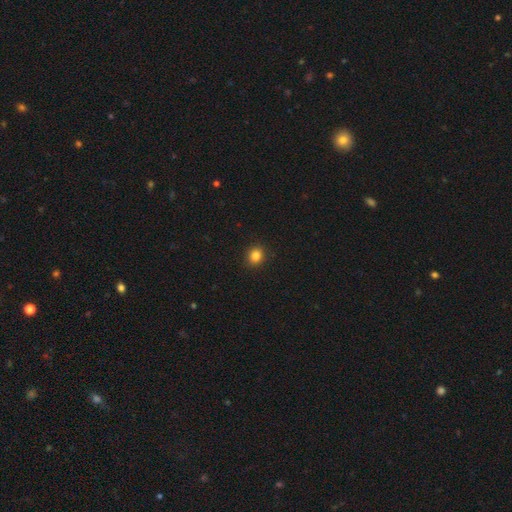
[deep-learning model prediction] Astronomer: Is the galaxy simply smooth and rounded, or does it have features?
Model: smooth — 84%.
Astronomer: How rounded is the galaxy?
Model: round — 76%.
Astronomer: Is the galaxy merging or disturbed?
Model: none — 92%.